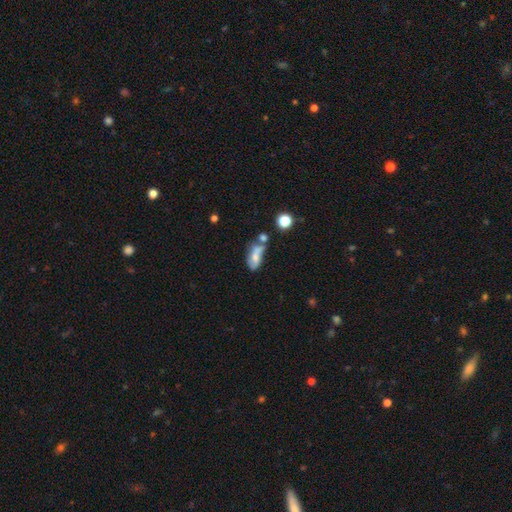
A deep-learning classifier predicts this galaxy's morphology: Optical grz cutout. It shows a smooth galaxy with no disk features (48%). Merging: none (33%).